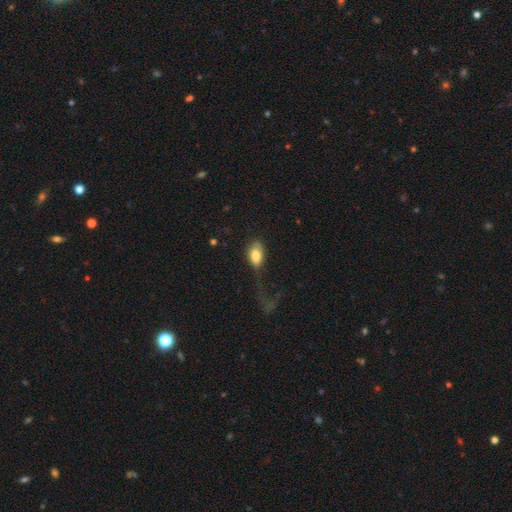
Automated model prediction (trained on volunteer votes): Overall: smooth (78%). How rounded: in between (90%). Merging: major disturbance (42%; none 34%).